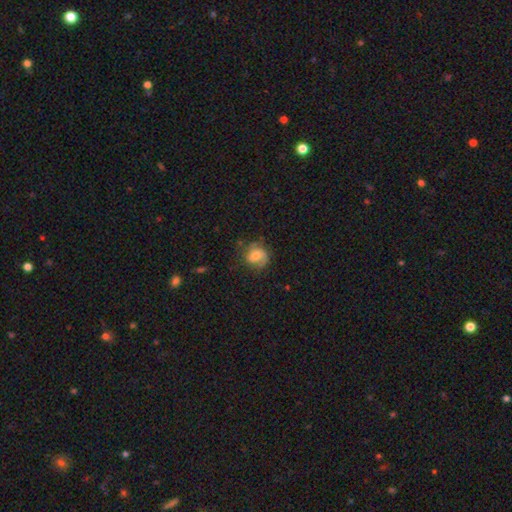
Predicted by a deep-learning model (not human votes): This appears to be a featured or disk galaxy (47%). Merging: none (61%).